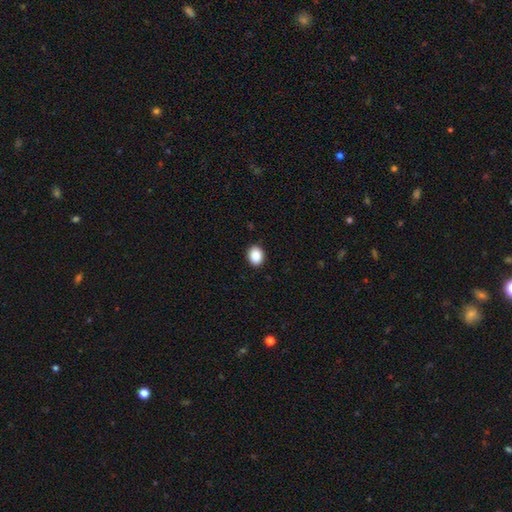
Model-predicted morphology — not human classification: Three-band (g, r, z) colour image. It shows a smooth galaxy with no disk features (89%) that is in between round and cigar-shaped (54%). Merging: none (91%).